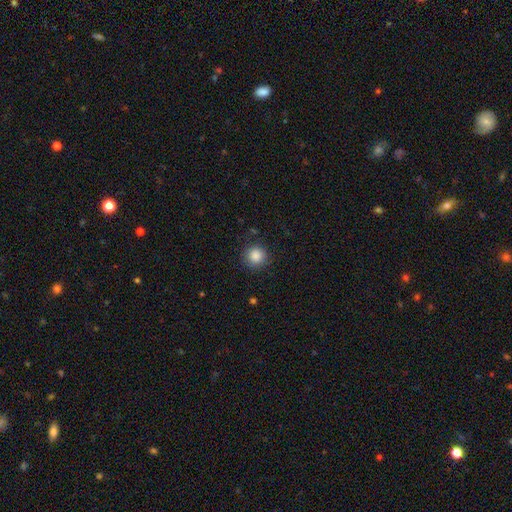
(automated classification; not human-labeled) The model was most divided on "merging": none: 86%, minor disturbance: 10%, major disturbance: 3%, merger: 1%. More confident: how rounded — round (94%); smooth or featured — smooth (87%).